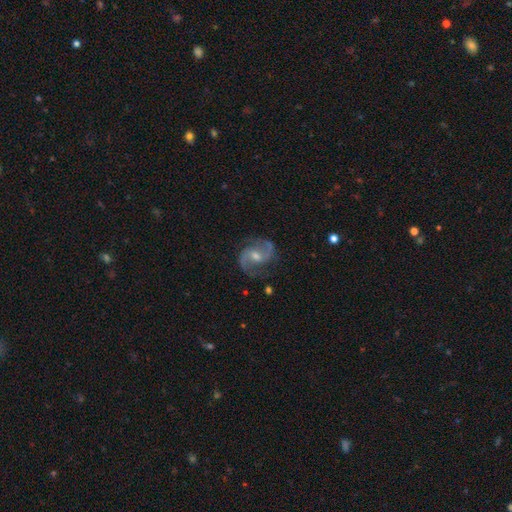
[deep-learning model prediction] A featured or disk galaxy (91%) with a weak bar (45%), 2 (93%) medium (58%) spiral arms (98%) and a moderate central bulge (54%).

Vote fractions:
- Smooth or featured? featured or disk: 91% / star or artifact: 5% / smooth: 4%
- Edge-on disk? no: 98% / yes: 2%
- Bar? weak: 45% / no: 40% / strong: 15%
- Spiral arms? yes: 98% / no: 2%
- Spiral winding? medium: 58% / loose: 28% / tight: 13%
- Spiral arm count? 2: 93% / can't tell: 2% / 3: 2% / 1: 1% / 4: 1% / more than 4: 1%
- Bulge size? moderate: 54% / small: 40% / large: 3% / none: 2% / dominant: 1%
- Merging? none: 81% / minor disturbance: 13% / major disturbance: 5% / merger: 1%